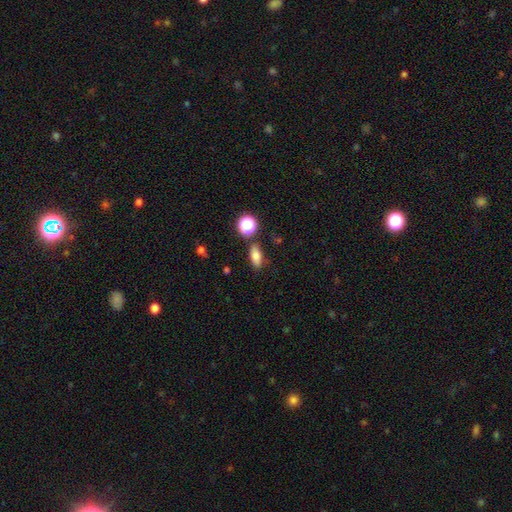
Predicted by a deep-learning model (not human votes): smooth_or_featured: smooth (p=0.77) [alt: star or artifact p=0.12]
how_rounded: in between (p=0.77) [alt: cigar-shaped p=0.14]
merging: none (p=0.81) [alt: minor disturbance p=0.11]